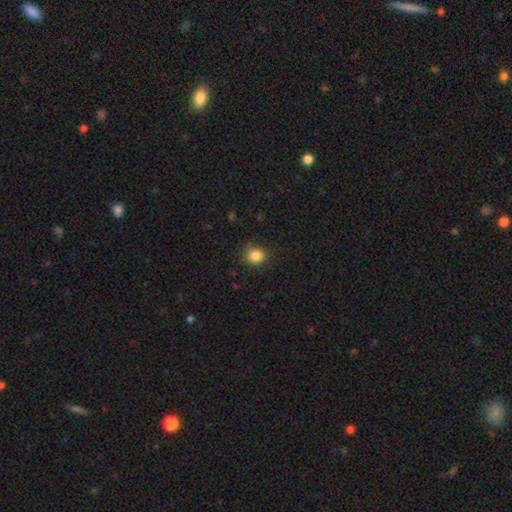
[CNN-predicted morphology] Smooth or featured? Predicted: smooth (p=0.85). How rounded? Predicted: round (p=0.85). Merging? Predicted: none (p=0.85).